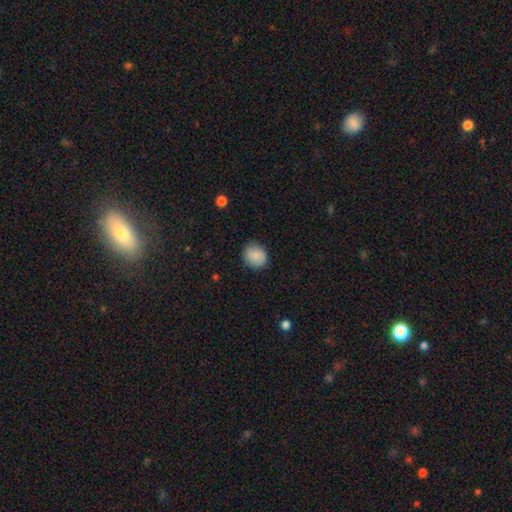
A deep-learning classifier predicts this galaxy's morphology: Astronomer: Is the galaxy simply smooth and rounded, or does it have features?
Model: smooth — 87%.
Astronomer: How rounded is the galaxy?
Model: round — 76%.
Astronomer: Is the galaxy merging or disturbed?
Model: none — 84%.